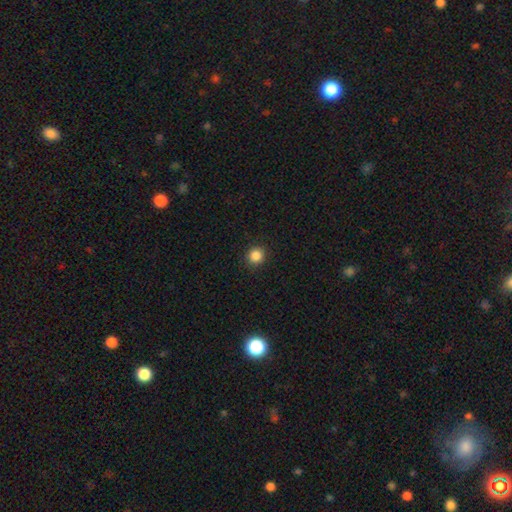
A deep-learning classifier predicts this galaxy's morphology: This appears to be a smooth galaxy with no disk features (85%) that is round (91%). Merging: none (92%).